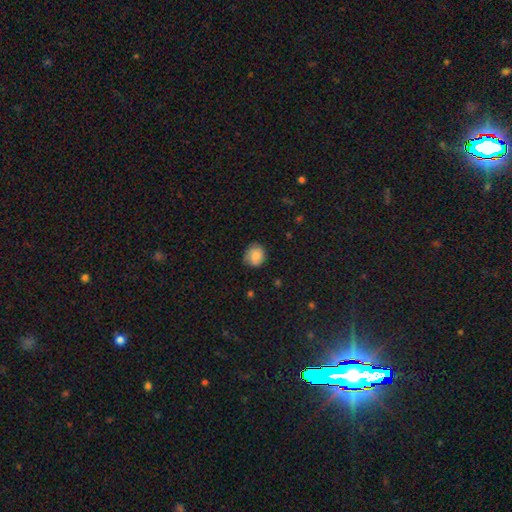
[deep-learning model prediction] The model was most divided on "merging": none: 76%, minor disturbance: 19%, major disturbance: 4%, merger: 1%. More confident: smooth or featured — smooth (81%); how rounded — round (80%).